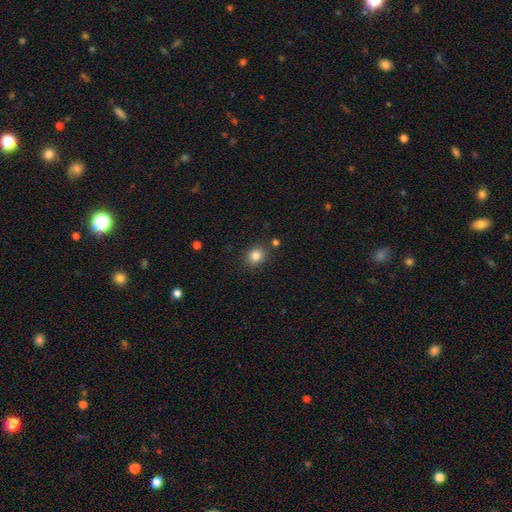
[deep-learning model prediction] smooth_or_featured: smooth (p=0.83) [alt: star or artifact p=0.11]
how_rounded: round (p=0.71) [alt: in between p=0.28]
merging: none (p=0.85) [alt: minor disturbance p=0.09]